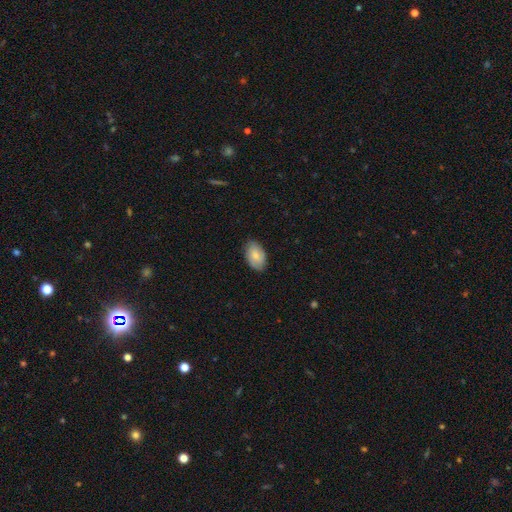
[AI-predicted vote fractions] smooth_or_featured: smooth (p=0.75) [alt: featured or disk p=0.18]
how_rounded: in between (p=0.92) [alt: round p=0.06]
merging: none (p=0.83) [alt: minor disturbance p=0.14]